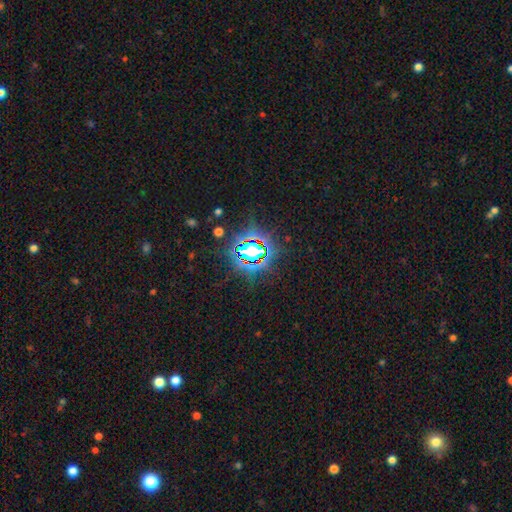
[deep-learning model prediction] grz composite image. It shows a star or artifact, not a galaxy (77%).